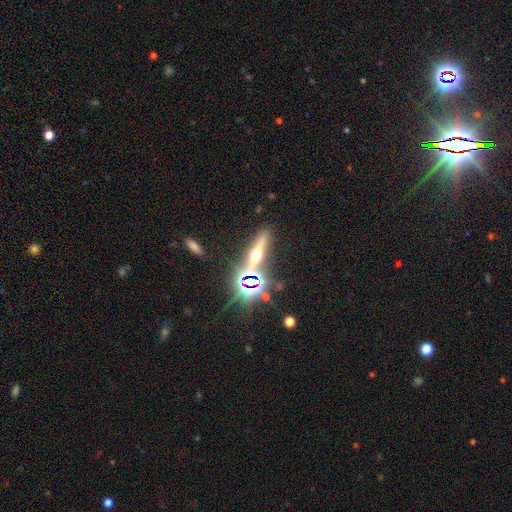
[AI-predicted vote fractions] Smooth or featured: featured or disk — 43% (star or artifact — 30%)
Merging: none — 80% (minor disturbance — 9%)